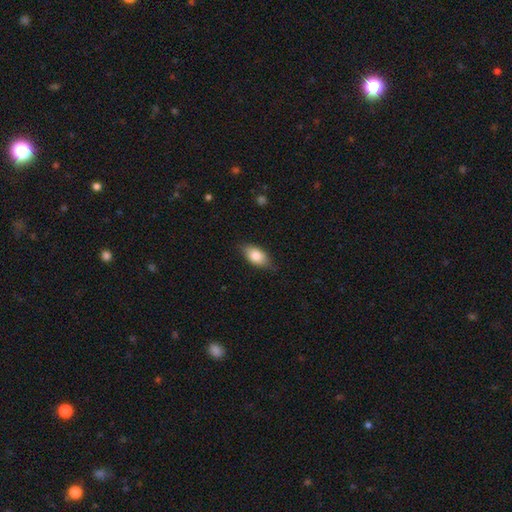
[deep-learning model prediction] This appears to be a smooth galaxy with no disk features (81%) that is in between round and cigar-shaped (90%). Merging: none (78%).